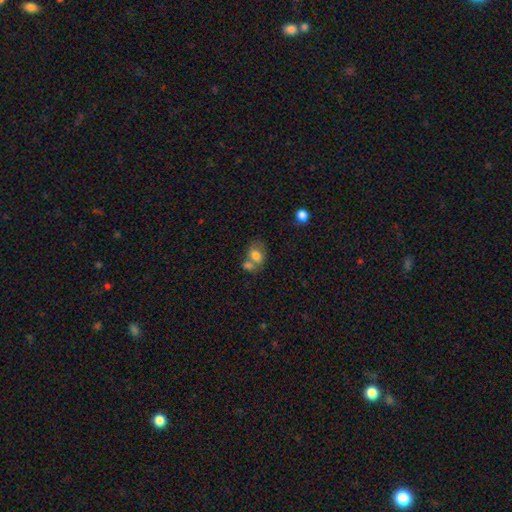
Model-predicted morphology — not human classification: This is likely a smooth galaxy (74%). How rounded: likely in between (69%). Merging: possibly merger (49%).